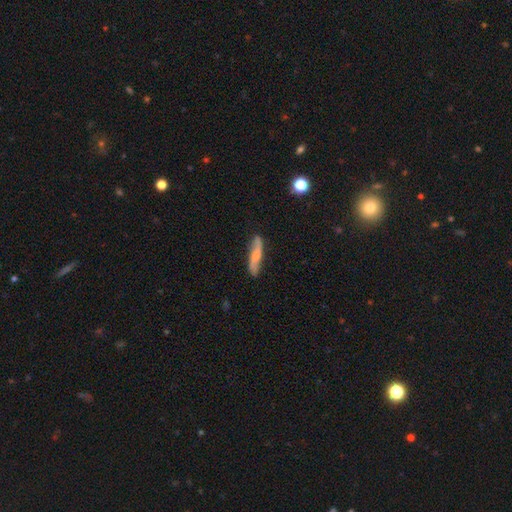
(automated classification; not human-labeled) Smooth or featured?
  - featured or disk: 55% *
  - smooth: 39%
  - star or artifact: 6%
Edge-on disk?
  - no: 58% *
  - yes: 42%
Merging?
  - none: 79% *
  - minor disturbance: 16%
  - major disturbance: 3%
  - merger: 2%